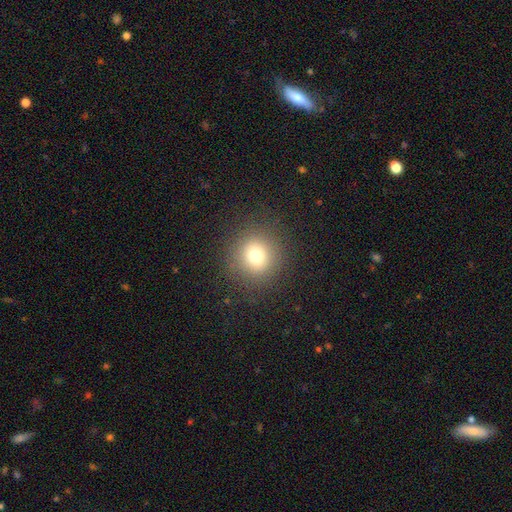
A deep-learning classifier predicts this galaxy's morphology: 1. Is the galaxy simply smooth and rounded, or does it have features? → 75% smooth, 15% star or artifact, 10% featured or disk.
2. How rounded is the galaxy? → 92% round, 7% in between, 1% cigar-shaped.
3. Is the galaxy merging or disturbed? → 89% none, 7% minor disturbance, 4% major disturbance, 1% merger.